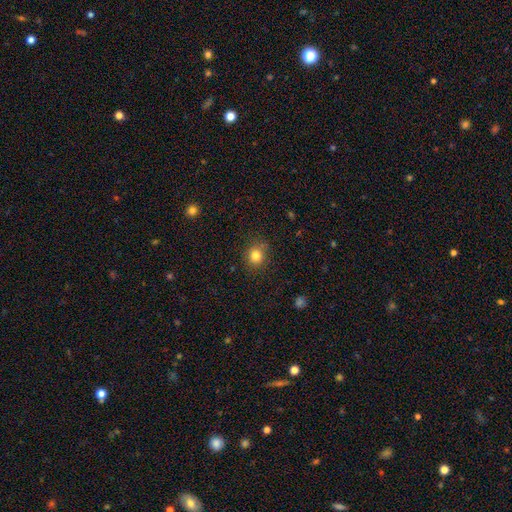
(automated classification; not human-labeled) A smooth galaxy with no disk features (82%) that is round (82%).

Vote fractions:
- Smooth or featured? smooth: 82% / star or artifact: 12% / featured or disk: 6%
- How rounded? round: 82% / in between: 17% / cigar-shaped: 1%
- Merging? none: 82% / minor disturbance: 12% / major disturbance: 3% / merger: 2%